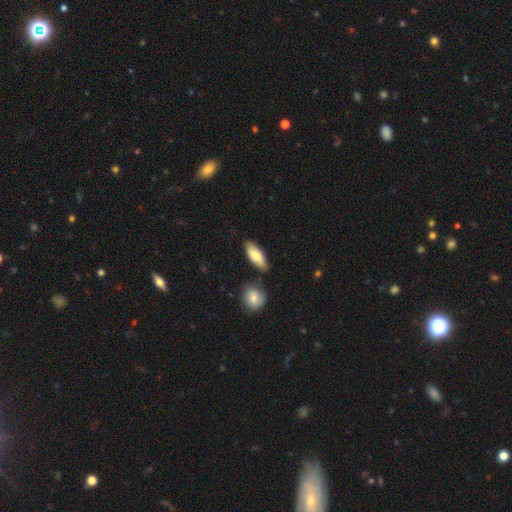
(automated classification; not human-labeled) Morphology: type=smooth (79%); roundness=in between (70%); merging=none (76%).